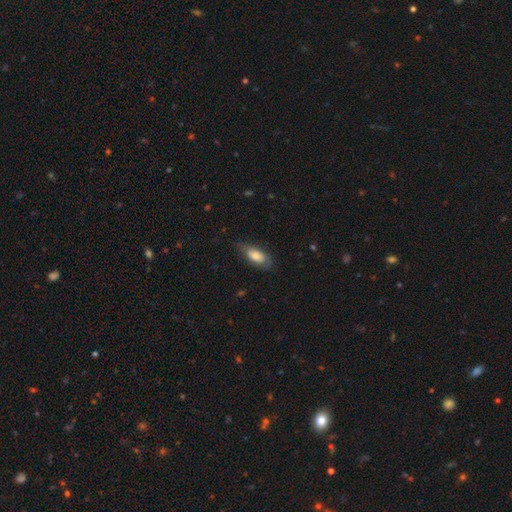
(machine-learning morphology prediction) A smooth galaxy with no disk features (67%) that is in between round and cigar-shaped (85%). Merging: none (66%).